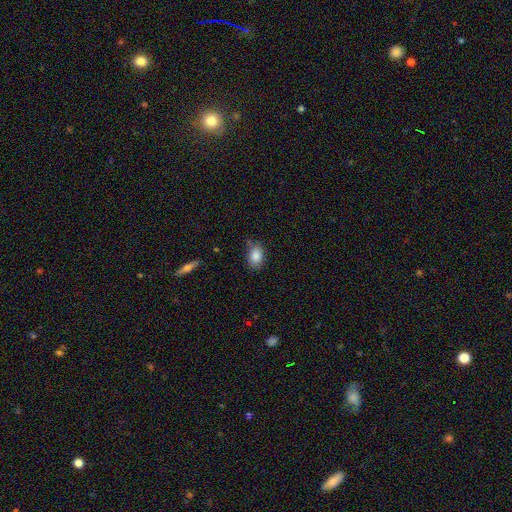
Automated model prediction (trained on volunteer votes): This appears to be a smooth galaxy with no disk features (86%) that is in between round and cigar-shaped (76%). Merging: none (72%).